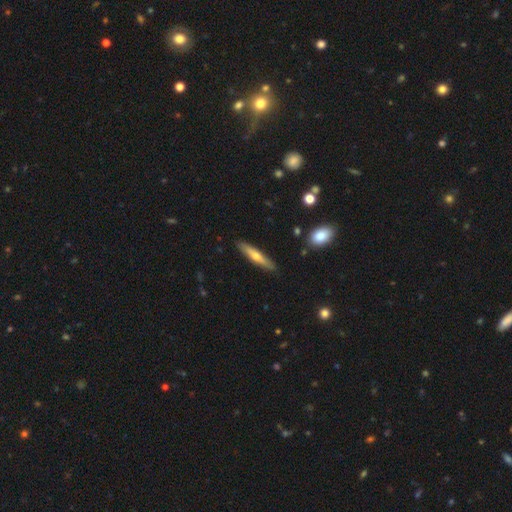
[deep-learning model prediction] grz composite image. It shows a smooth galaxy with no disk features (47%). Merging: none (89%).